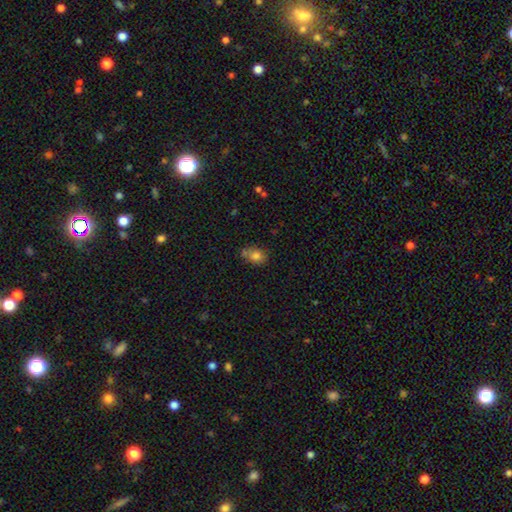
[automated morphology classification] Smooth or featured? Predicted: smooth (p=0.80). How rounded? Predicted: in between (p=0.53). Merging? Predicted: none (p=0.55).